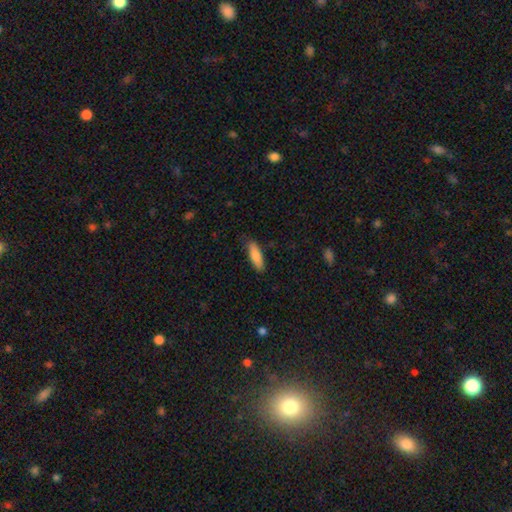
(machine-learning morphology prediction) A smooth galaxy with no disk features (82%) that is cigar-shaped (58%). Merging: none (83%).